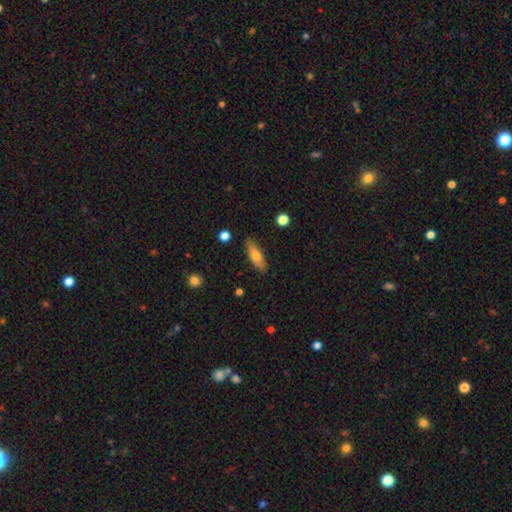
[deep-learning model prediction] Q: Smooth or featured?
A: smooth (69%); runner-up: featured or disk (24%)
Q: How rounded?
A: in between (50%); runner-up: cigar-shaped (47%)
Q: Merging?
A: none (85%); runner-up: minor disturbance (11%)